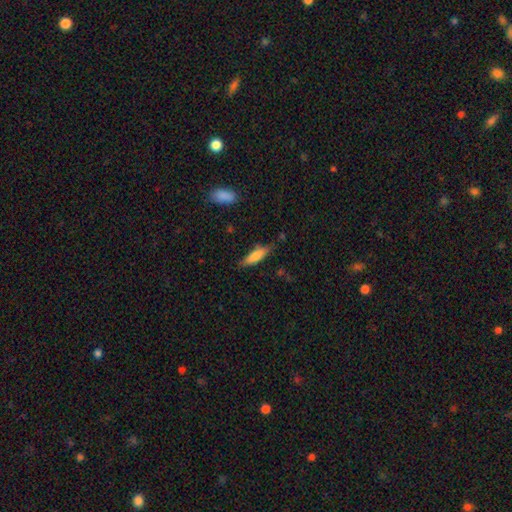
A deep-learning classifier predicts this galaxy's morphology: Smooth or featured: smooth — 77% (featured or disk — 16%)
How rounded: cigar-shaped — 54% (in between — 44%)
Merging: none — 74% (minor disturbance — 20%)